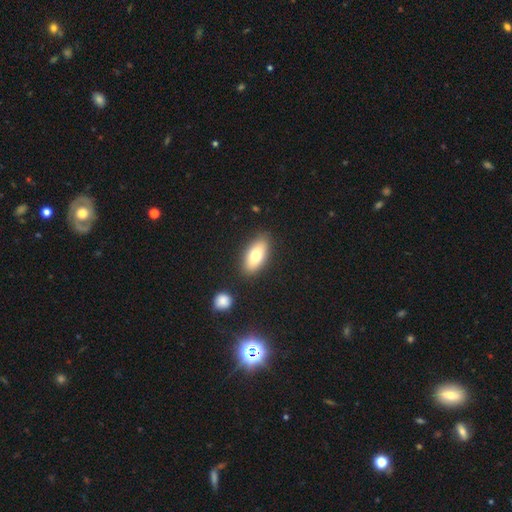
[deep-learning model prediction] Q: Smooth or featured?
A: smooth (73%); runner-up: featured or disk (20%)
Q: How rounded?
A: in between (87%); runner-up: cigar-shaped (9%)
Q: Merging?
A: none (85%); runner-up: minor disturbance (10%)